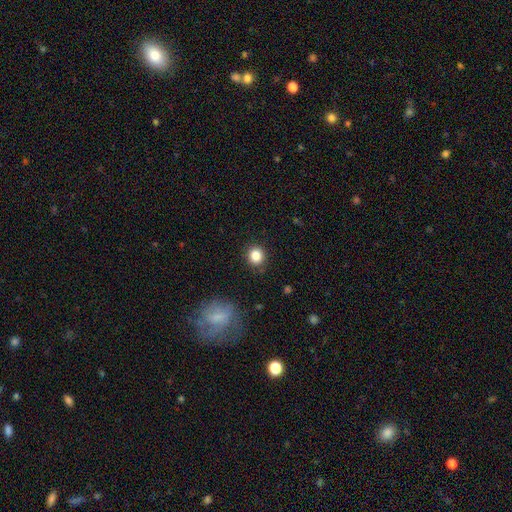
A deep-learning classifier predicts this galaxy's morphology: The model was most divided on "how rounded": round: 86%, in between: 13%, cigar-shaped: 1%. More confident: merging — none (88%); smooth or featured — smooth (84%).